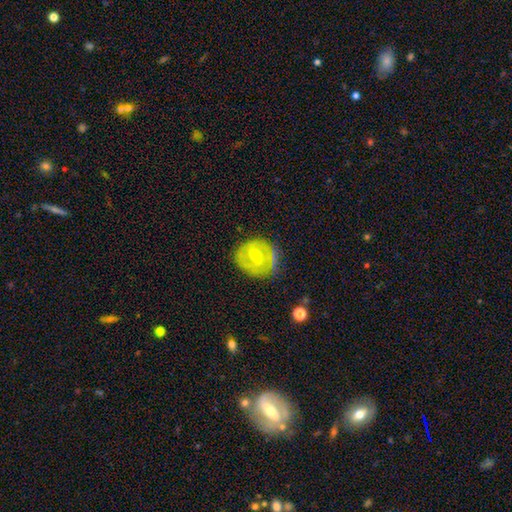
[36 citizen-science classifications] Morphology: type=smooth (47%, tied with featured or disk); roundness=round (82%); merging=none (68%).